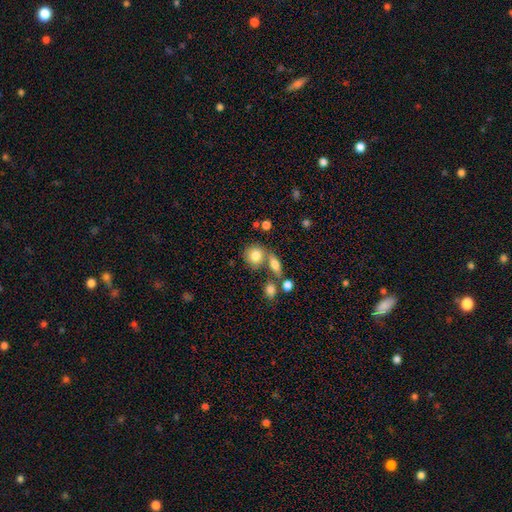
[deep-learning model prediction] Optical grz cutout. It shows a smooth galaxy with no disk features (79%) that is round (76%). Merging: none (56%).